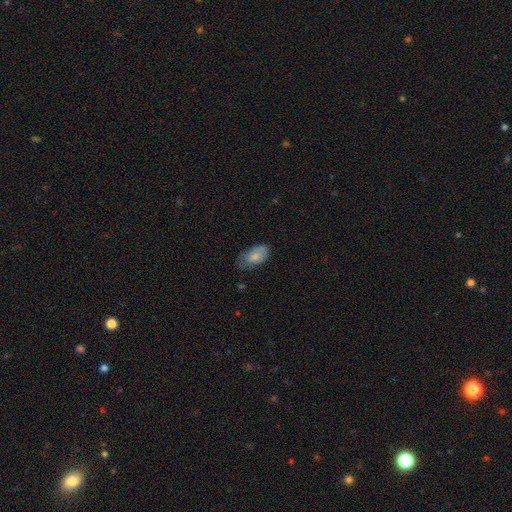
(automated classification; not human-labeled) smooth 76%, featured or disk 17%, star or artifact 7%. Down the decision tree: how rounded — in between (93%); merging — none (56%).